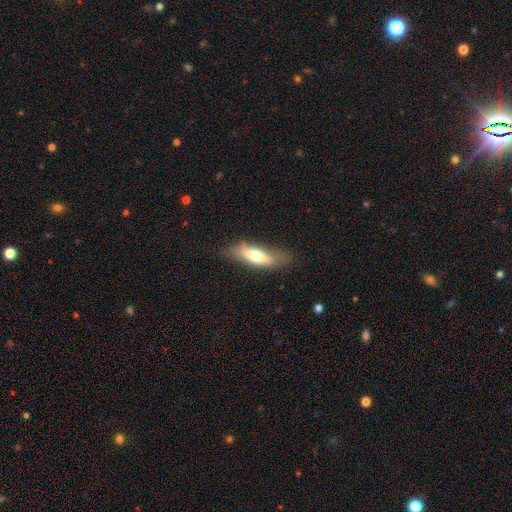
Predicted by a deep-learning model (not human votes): smooth_or_featured: smooth (p=0.64) [alt: featured or disk p=0.29]
how_rounded: in between (p=0.55) [alt: cigar-shaped p=0.42]
merging: none (p=0.72) [alt: minor disturbance p=0.20]